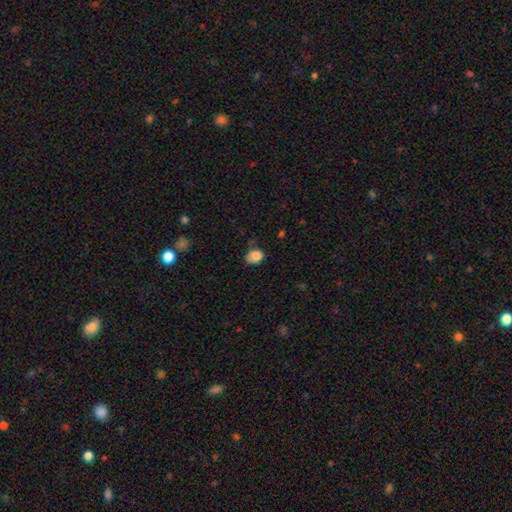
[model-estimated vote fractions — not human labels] Smooth or featured? Predicted: smooth (p=0.84). How rounded? Predicted: in between (p=0.57). Merging? Predicted: none (p=0.52).